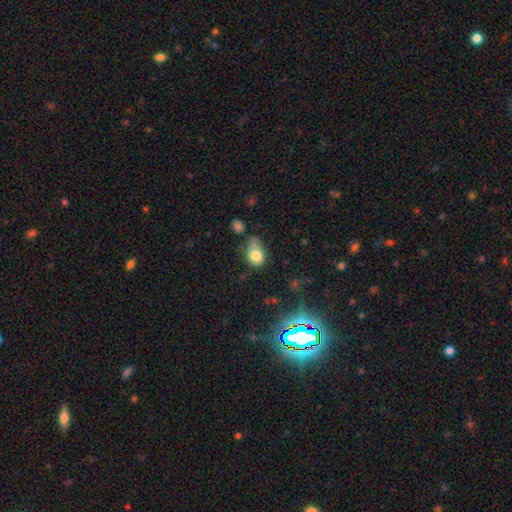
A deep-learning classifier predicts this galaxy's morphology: Overall: smooth (74%). How rounded: in between (68%; round 31%). Merging: none (35%; minor disturbance 33%).